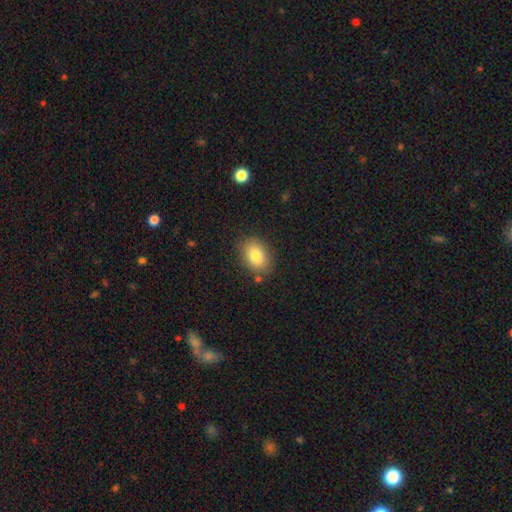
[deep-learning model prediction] The model was most divided on "how rounded": in between: 81%, round: 18%, cigar-shaped: 1%. More confident: smooth or featured — smooth (83%); merging — none (83%).